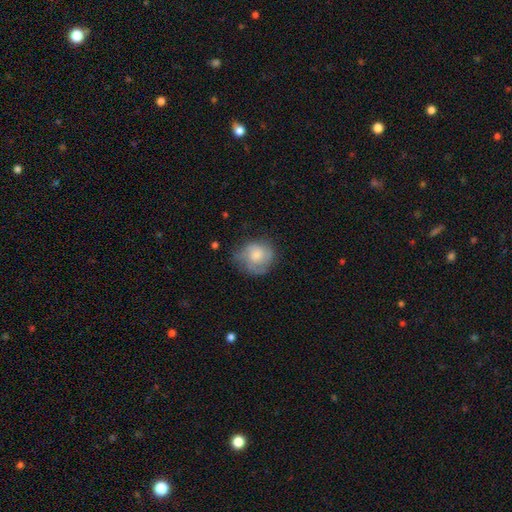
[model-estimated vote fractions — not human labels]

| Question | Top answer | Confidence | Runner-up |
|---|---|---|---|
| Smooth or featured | smooth | 57% | featured or disk (36%) |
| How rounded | round | 76% | in between (23%) |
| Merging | none | 58% | minor disturbance (28%) |